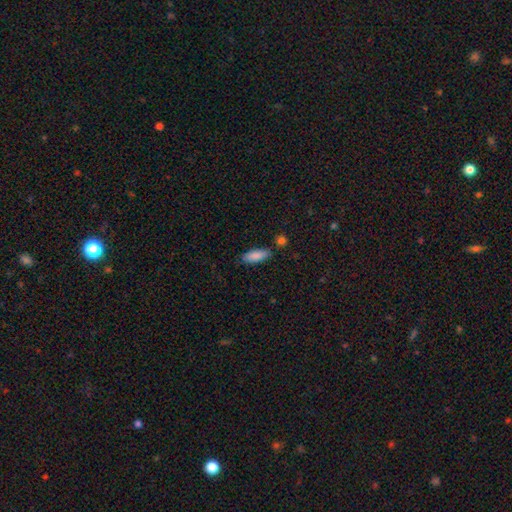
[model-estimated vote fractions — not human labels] A smooth galaxy with no disk features (87%) that is in between round and cigar-shaped (68%). Merging: none (80%).